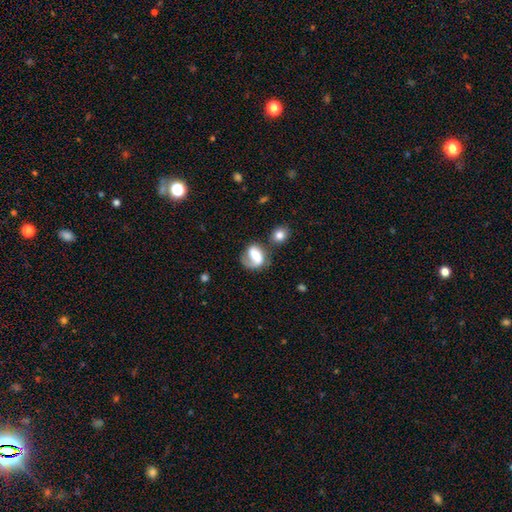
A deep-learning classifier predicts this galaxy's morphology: The model was most divided on "bar": weak: 37%, no: 32%, strong: 31%. Remaining: edge-on disk — no (97%); spiral arms — yes (81%); smooth or featured — featured or disk (54%); merging — none (44%); bulge size — moderate (34%).